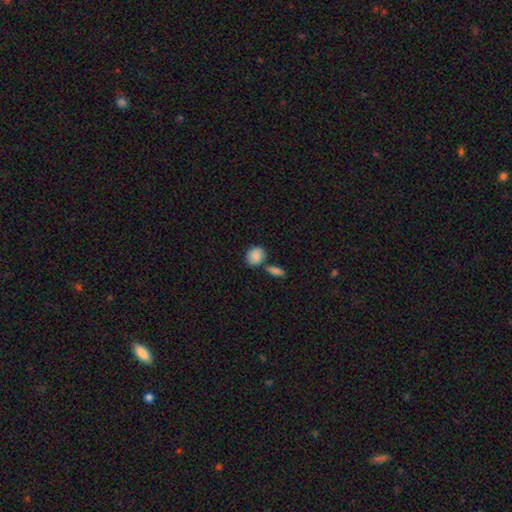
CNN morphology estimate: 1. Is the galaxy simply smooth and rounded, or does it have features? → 87% smooth, 7% star or artifact, 6% featured or disk.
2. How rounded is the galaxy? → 50% round, 48% in between, 2% cigar-shaped.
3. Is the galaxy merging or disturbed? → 60% none, 21% merger, 15% minor disturbance, 4% major disturbance.